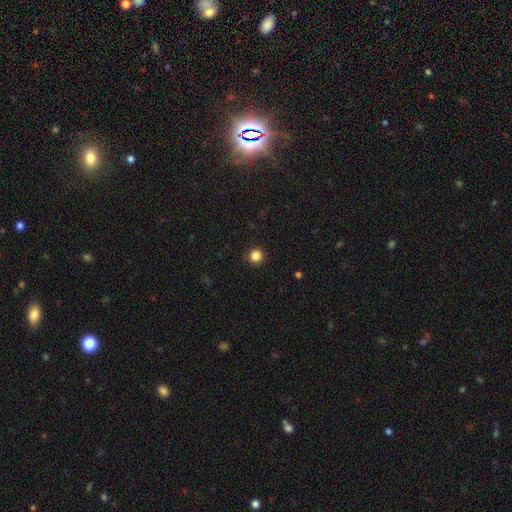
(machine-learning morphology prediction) smooth-or-featured: smooth: 84% | star or artifact: 12% | featured or disk: 3%
  how-rounded: round: 95% | in between: 4% | cigar-shaped: 1%
  merging: none: 92% | minor disturbance: 5% | major disturbance: 2% | merger: 1%